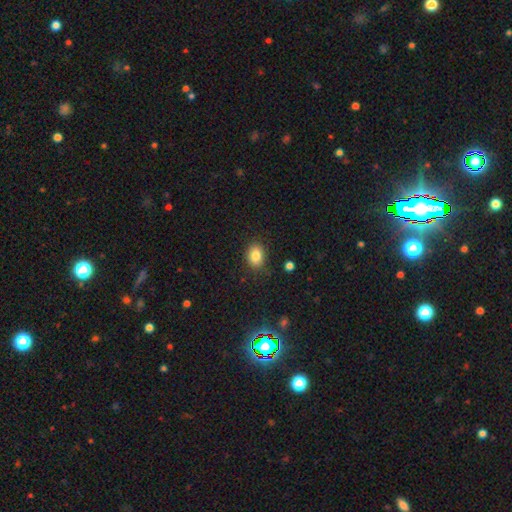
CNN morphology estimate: A smooth galaxy with no disk features (84%) that is in between round and cigar-shaped (64%). Merging: none (83%).